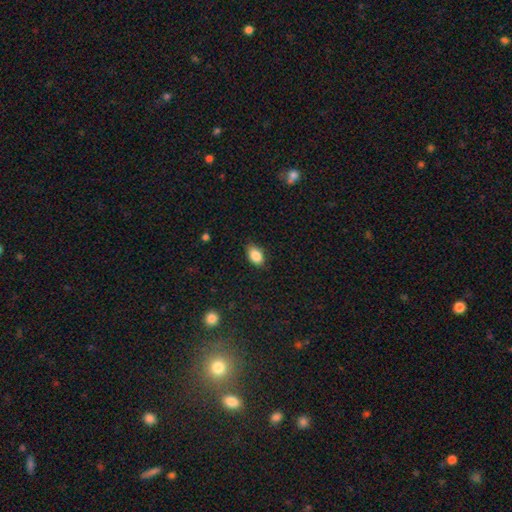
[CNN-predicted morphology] The model was most divided on "merging": none: 81%, minor disturbance: 15%, major disturbance: 3%, merger: 1%. More confident: how rounded — in between (88%); smooth or featured — smooth (87%).